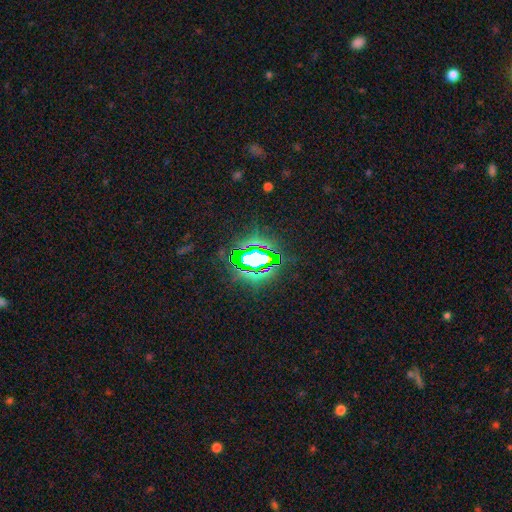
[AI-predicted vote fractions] smooth_or_featured: star or artifact (p=0.70) [alt: smooth p=0.17]